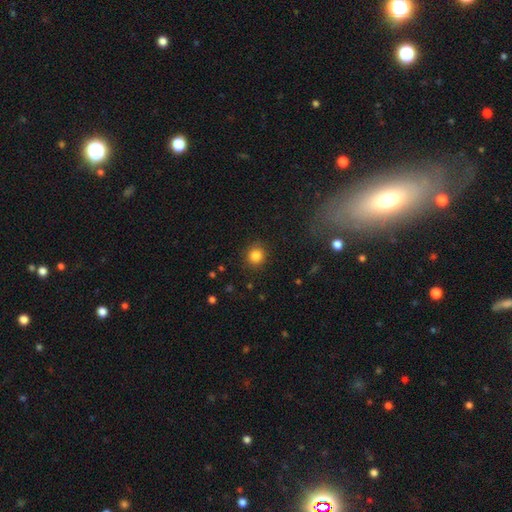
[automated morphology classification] A smooth galaxy with no disk features (84%) that is round (88%).

Vote fractions:
- Smooth or featured? smooth: 84% / star or artifact: 11% / featured or disk: 5%
- How rounded? round: 88% / in between: 11% / cigar-shaped: 1%
- Merging? none: 89% / minor disturbance: 7% / major disturbance: 3% / merger: 1%